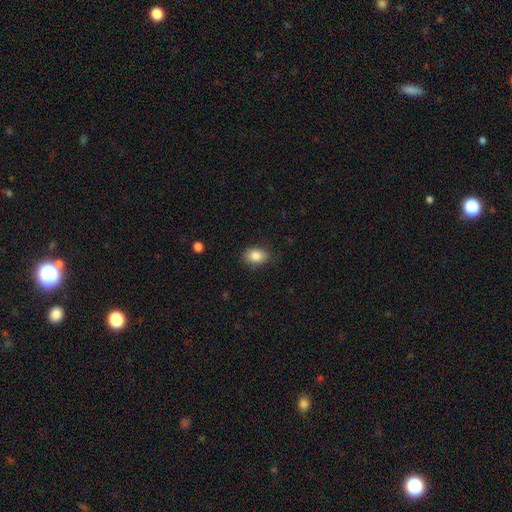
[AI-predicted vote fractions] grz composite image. It shows a smooth galaxy with no disk features (86%) that is in between round and cigar-shaped (73%). Merging: none (85%).